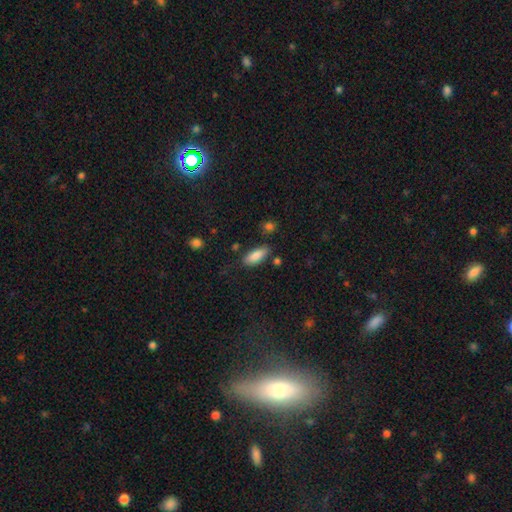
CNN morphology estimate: smooth_or_featured: smooth (p=0.87) [alt: featured or disk p=0.07]
how_rounded: in between (p=0.78) [alt: cigar-shaped p=0.20]
merging: none (p=0.75) [alt: minor disturbance p=0.17]